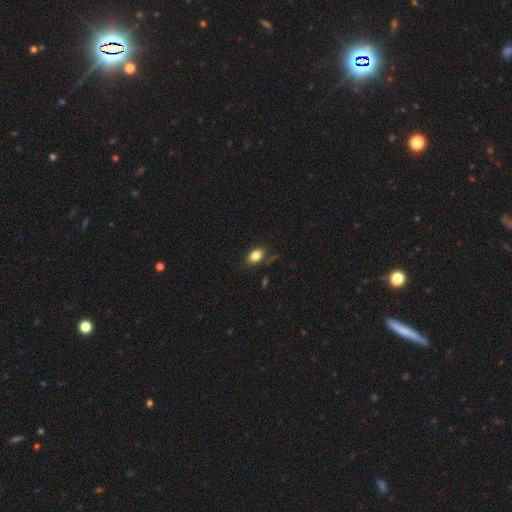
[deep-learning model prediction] Q: Smooth or featured?
A: smooth (83%); runner-up: star or artifact (9%)
Q: How rounded?
A: in between (83%); runner-up: round (15%)
Q: Merging?
A: none (80%); runner-up: minor disturbance (15%)